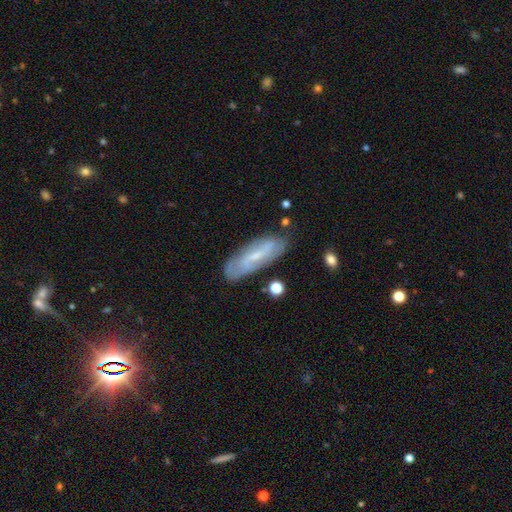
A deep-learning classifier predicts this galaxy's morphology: This is likely a featured or disk galaxy (61%). It is likely not viewed edge-on (79%). Merging: likely none (76%).